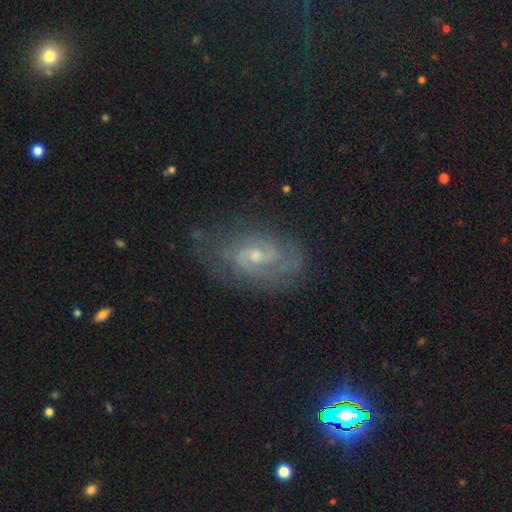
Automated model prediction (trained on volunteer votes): The model was most divided on "spiral winding": medium: 43%, tight: 42%, loose: 15%. Remaining: edge-on disk — no (96%); spiral arms — yes (89%); smooth or featured — featured or disk (79%); merging — none (66%); spiral arm count — 2 (53%); bulge size — small (52%); bar — no (50%).